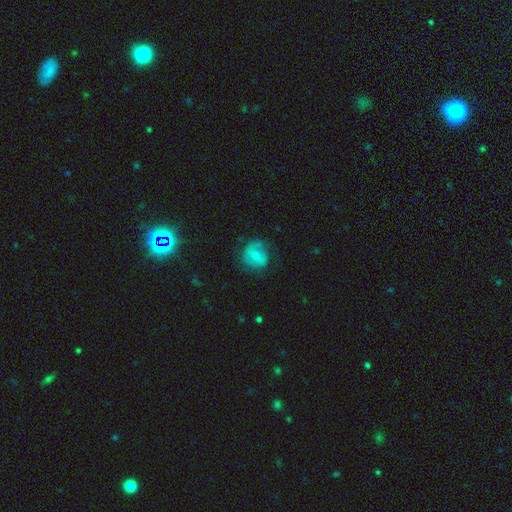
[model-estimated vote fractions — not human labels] Smooth or featured? Predicted: featured or disk (p=0.48). Merging? Predicted: none (p=0.64).